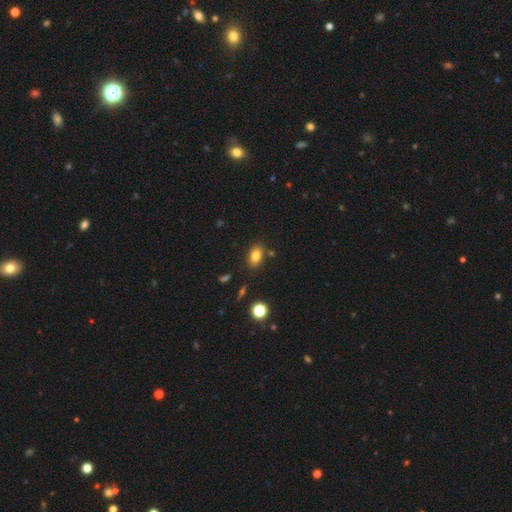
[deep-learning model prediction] Smooth or featured: smooth — 80% (star or artifact — 10%)
How rounded: in between — 86% (round — 11%)
Merging: none — 82% (minor disturbance — 11%)